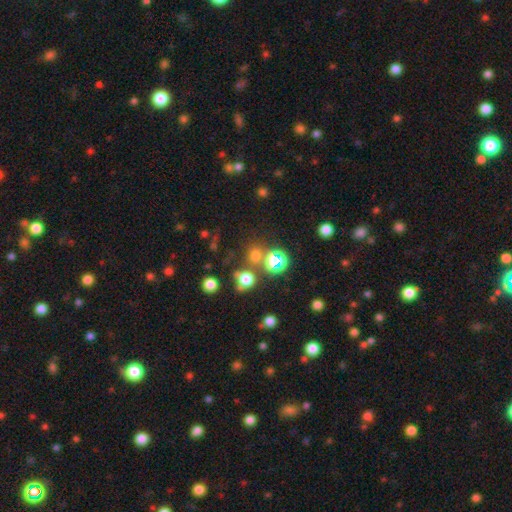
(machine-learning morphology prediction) Smooth or featured: smooth — 58% (star or artifact — 34%)
How rounded: round — 83% (in between — 16%)
Merging: none — 65% (merger — 20%)